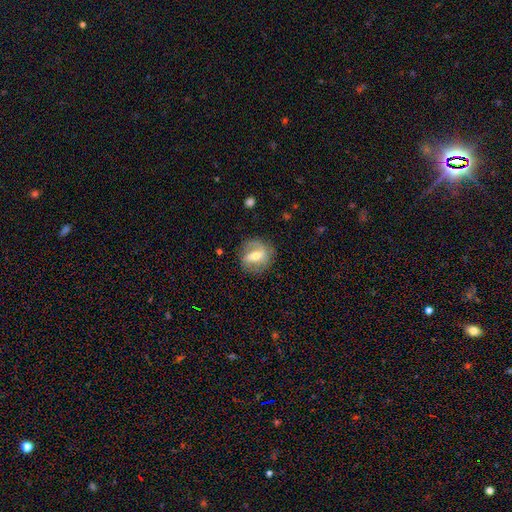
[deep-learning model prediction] Smooth or featured: featured or disk — 64% (smooth — 29%)
Edge-on disk: no — 94% (yes — 6%)
Bar: weak — 42% (strong — 40%)
Spiral arms: yes — 77% (no — 23%)
Bulge size: moderate — 60% (small — 32%)
Merging: none — 72% (minor disturbance — 18%)